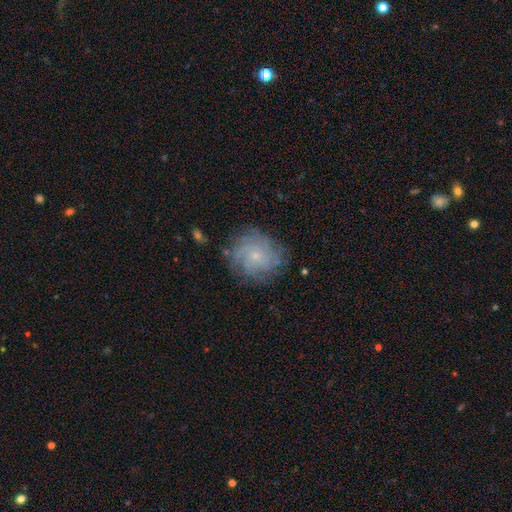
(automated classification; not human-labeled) smooth-or-featured: featured or disk: 68% | smooth: 21% | star or artifact: 11%
  disk-edge-on: no: 97% | yes: 3%
    bar: no: 81% | weak: 16% | strong: 2%
    has-spiral-arms: yes: 91% | no: 9%
      spiral-winding: tight: 66% | medium: 25% | loose: 9%
      spiral-arm-count: can't tell: 40% | 4: 20% | more than 4: 15% | 3: 10% | 2: 8% | 1: 6%
    bulge-size: small: 81% | moderate: 14% | none: 3% | large: 1% | dominant: 1%
  merging: none: 78% | minor disturbance: 15% | major disturbance: 6% | merger: 2%